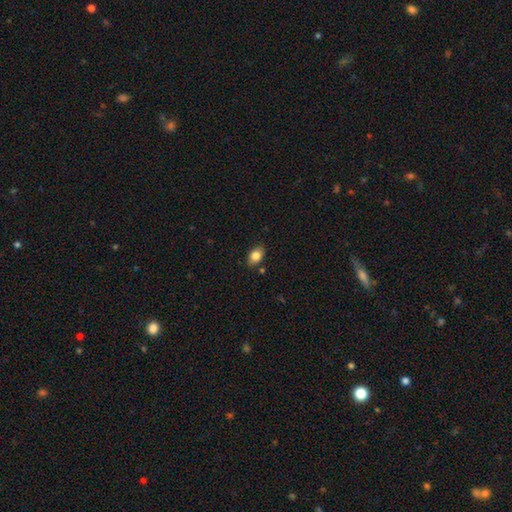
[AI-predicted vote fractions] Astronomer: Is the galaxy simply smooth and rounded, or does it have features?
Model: smooth — 84%.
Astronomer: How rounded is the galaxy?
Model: in between — 83%.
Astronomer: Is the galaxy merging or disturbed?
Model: none — 84%.